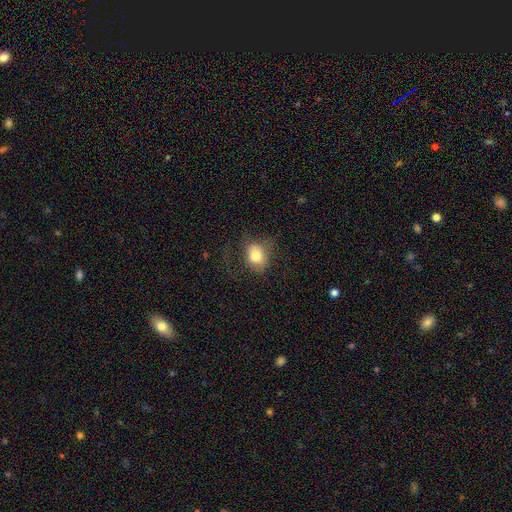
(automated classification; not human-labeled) Morphology: type=smooth (78%); roundness=in between (52%); merging=none (57%).